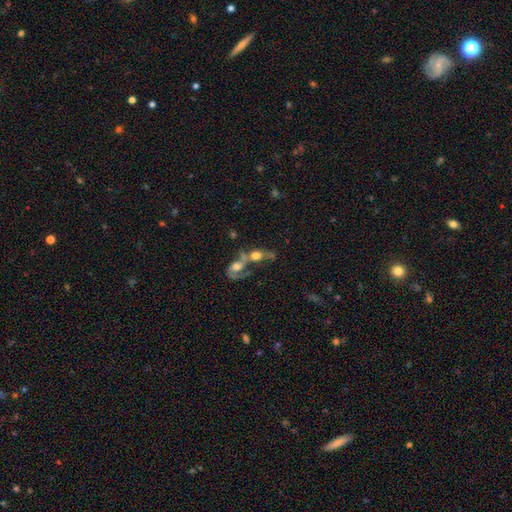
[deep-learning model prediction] Q: Smooth or featured?
A: featured or disk (49%); runner-up: smooth (39%)
Q: Merging?
A: merger (74%); runner-up: none (12%)